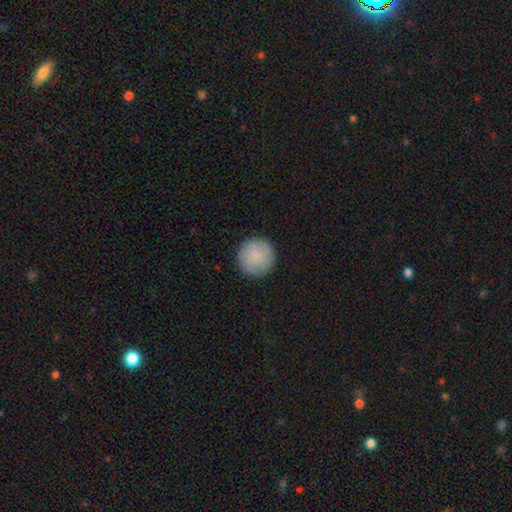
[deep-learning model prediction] Smooth or featured?
  - smooth: 87% *
  - featured or disk: 6%
  - star or artifact: 6%
How rounded?
  - round: 96% *
  - in between: 3%
  - cigar-shaped: 1%
Merging?
  - none: 90% *
  - minor disturbance: 7%
  - major disturbance: 2%
  - merger: 1%